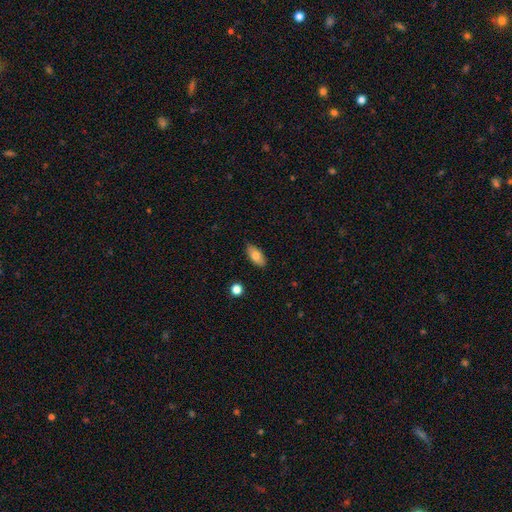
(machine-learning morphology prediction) A smooth galaxy with no disk features (78%) that is in between round and cigar-shaped (87%). Merging: none (85%).